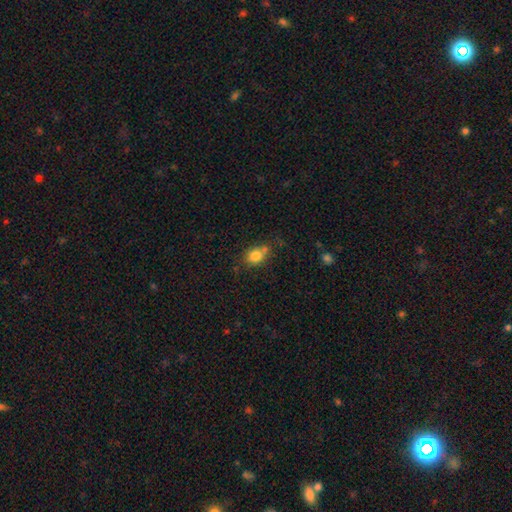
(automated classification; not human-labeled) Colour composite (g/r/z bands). It shows a smooth galaxy with no disk features (80%) that is in between round and cigar-shaped (56%). Merging: none (57%).